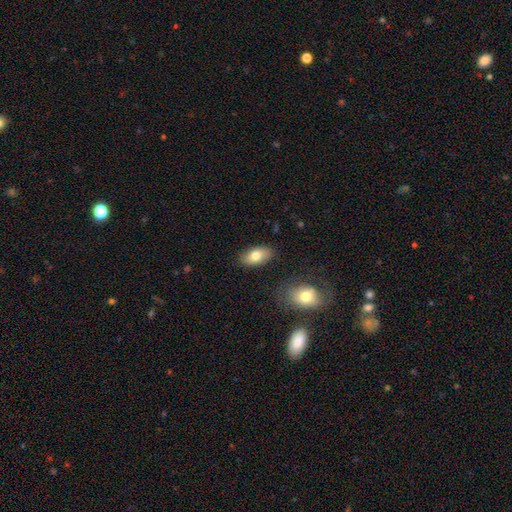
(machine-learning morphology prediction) Smooth or featured? Predicted: smooth (p=0.78). How rounded? Predicted: in between (p=0.92). Merging? Predicted: none (p=0.84).